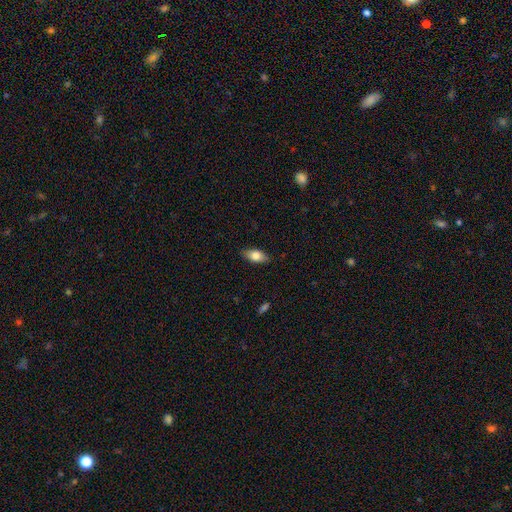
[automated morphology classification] smooth-or-featured: smooth: 77% | featured or disk: 16% | star or artifact: 7%
  how-rounded: in between: 88% | cigar-shaped: 8% | round: 4%
  merging: none: 85% | minor disturbance: 12% | major disturbance: 2% | merger: 1%